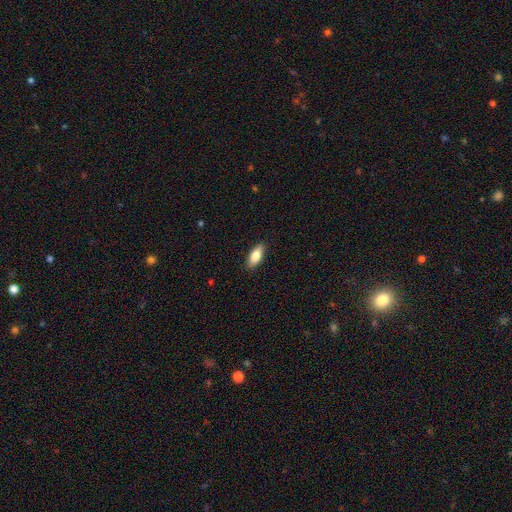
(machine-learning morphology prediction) Q: Smooth or featured?
A: smooth (83%); runner-up: featured or disk (10%)
Q: How rounded?
A: in between (82%); runner-up: cigar-shaped (16%)
Q: Merging?
A: none (88%); runner-up: minor disturbance (9%)